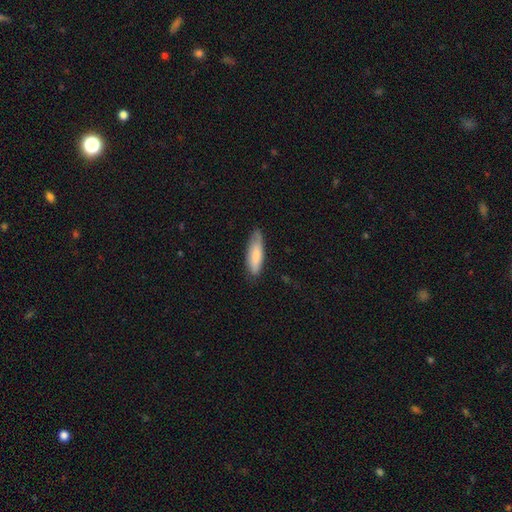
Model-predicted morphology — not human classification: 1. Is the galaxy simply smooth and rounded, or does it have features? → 78% smooth, 17% featured or disk, 6% star or artifact.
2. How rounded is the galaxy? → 51% cigar-shaped, 48% in between, 1% round.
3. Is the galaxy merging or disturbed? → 76% none, 20% minor disturbance, 3% major disturbance, 1% merger.